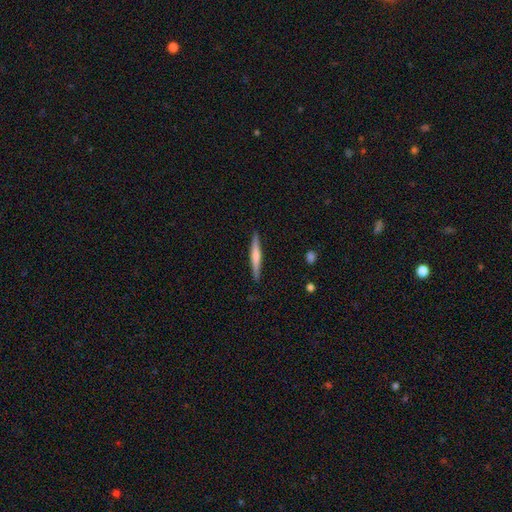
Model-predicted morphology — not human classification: Overall: featured or disk (57%; smooth 37%). Edge-on disk: yes (98%). Edge-on bulge: rounded (64%). Merging: none (91%).